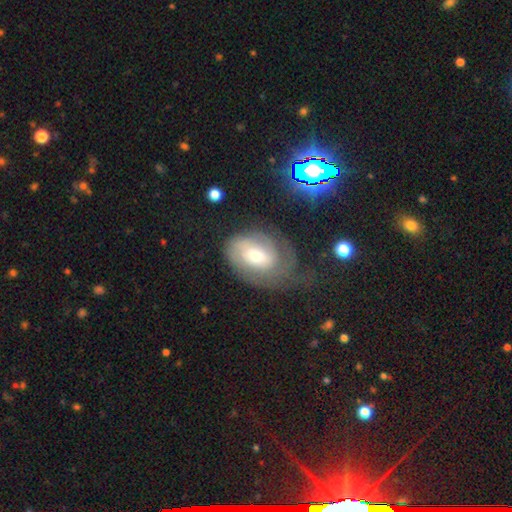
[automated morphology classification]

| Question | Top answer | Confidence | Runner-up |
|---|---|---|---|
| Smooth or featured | featured or disk | 67% | smooth (26%) |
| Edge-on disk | no | 96% | yes (4%) |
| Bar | no | 52% | weak (38%) |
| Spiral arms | yes | 86% | no (14%) |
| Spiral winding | tight | 55% | medium (31%) |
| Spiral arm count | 2 | 35% | can't tell (32%) |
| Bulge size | moderate | 56% | large (21%) |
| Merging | none | 40% | major disturbance (33%) |